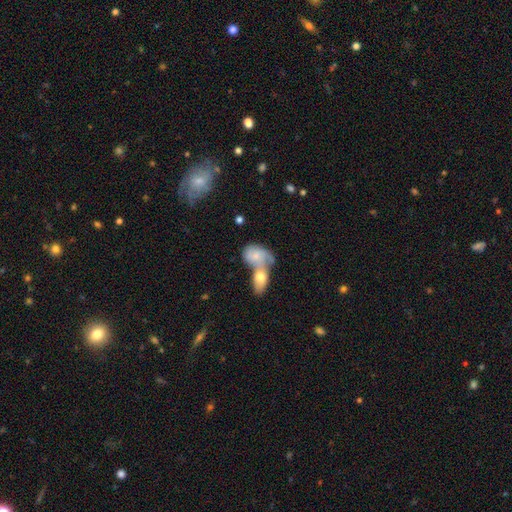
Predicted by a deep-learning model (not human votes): Overall: smooth (66%; featured or disk 27%). How rounded: in between (82%). Merging: merger (71%).